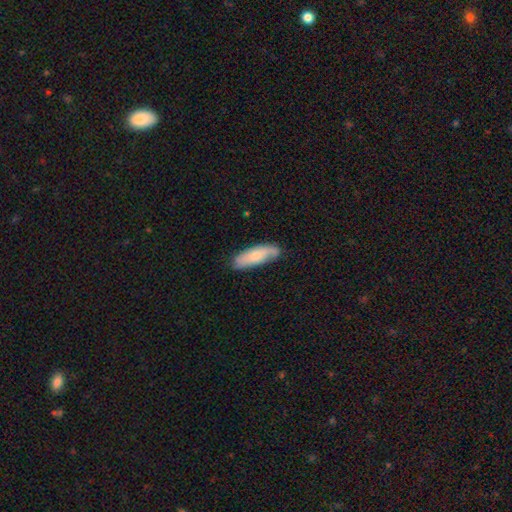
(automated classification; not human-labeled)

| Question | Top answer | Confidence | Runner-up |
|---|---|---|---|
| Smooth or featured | smooth | 64% | featured or disk (30%) |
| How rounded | in between | 58% | cigar-shaped (40%) |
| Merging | none | 74% | minor disturbance (20%) |